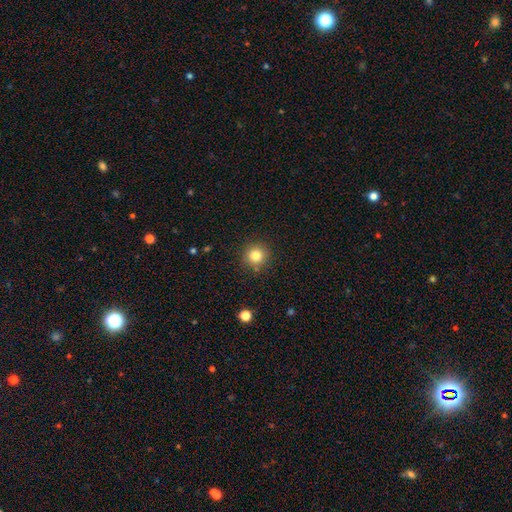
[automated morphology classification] type=smooth (82%); roundness=round (94%); merging=none (89%).